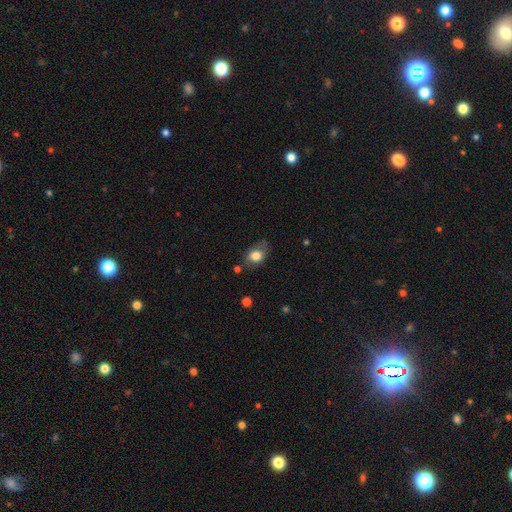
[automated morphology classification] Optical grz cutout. It shows a smooth galaxy with no disk features (75%) that is in between round and cigar-shaped (74%). Merging: none (65%).